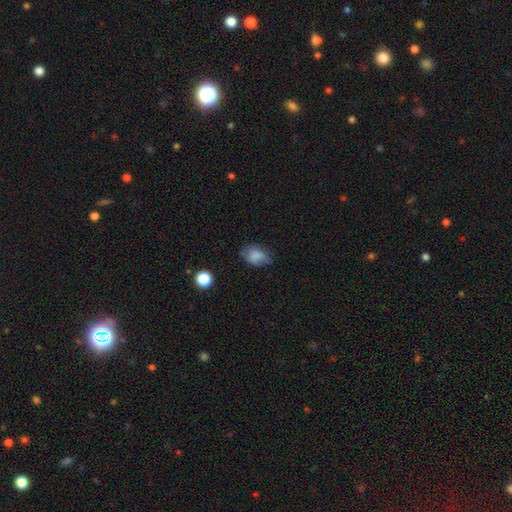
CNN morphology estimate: Smooth or featured?
  - smooth: 76% *
  - featured or disk: 14%
  - star or artifact: 10%
How rounded?
  - in between: 83% *
  - round: 16%
  - cigar-shaped: 1%
Merging?
  - none: 54% *
  - minor disturbance: 32%
  - major disturbance: 11%
  - merger: 2%